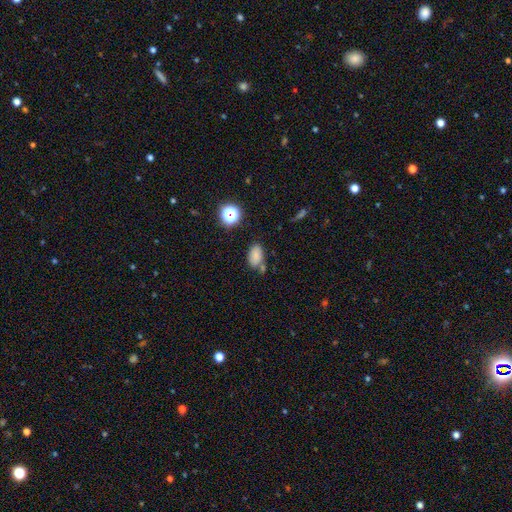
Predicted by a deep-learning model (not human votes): smooth 80%, star or artifact 13%, featured or disk 7%. Down the decision tree: how rounded — in between (90%); merging — none (66%).